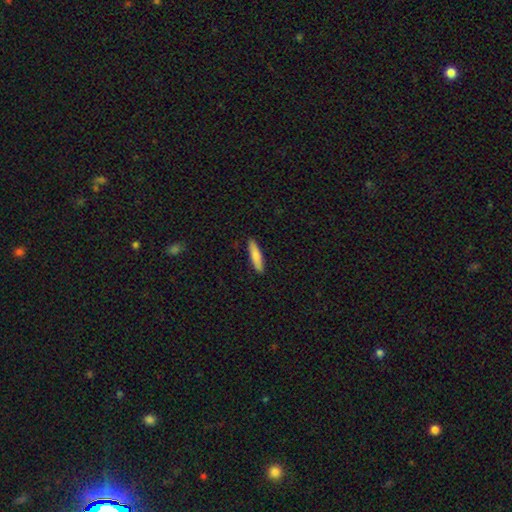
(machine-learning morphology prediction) Q: Smooth or featured?
A: smooth (83%); runner-up: featured or disk (12%)
Q: How rounded?
A: cigar-shaped (81%); runner-up: in between (17%)
Q: Merging?
A: none (91%); runner-up: minor disturbance (7%)